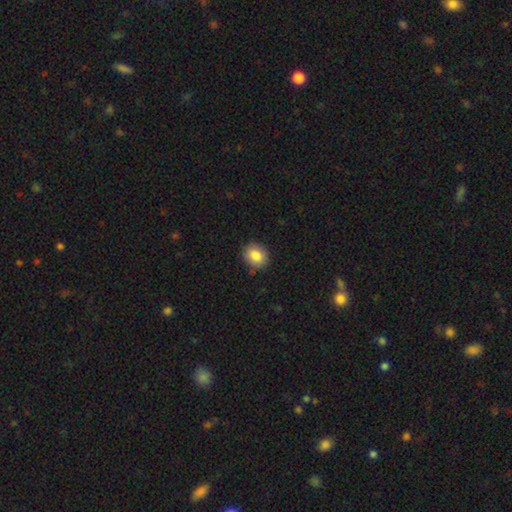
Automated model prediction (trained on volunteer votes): Overall: smooth (85%). How rounded: round (61%; in between 38%). Merging: none (87%).